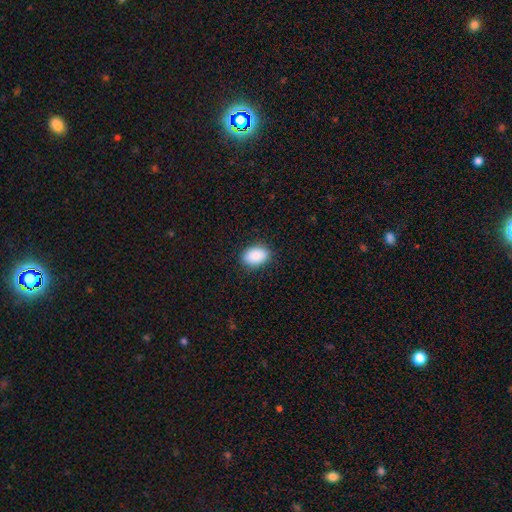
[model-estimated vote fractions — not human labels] smooth-or-featured: smooth: 91% | star or artifact: 7% | featured or disk: 3%
  how-rounded: in between: 85% | round: 14% | cigar-shaped: 1%
  merging: none: 88% | minor disturbance: 9% | major disturbance: 2% | merger: 1%